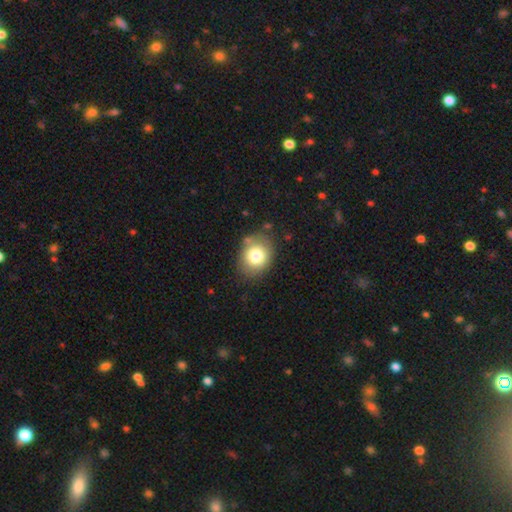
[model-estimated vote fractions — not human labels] The model was most divided on "how rounded": in between: 51%, round: 48%, cigar-shaped: 1%. More confident: smooth or featured — smooth (78%); merging — none (78%).